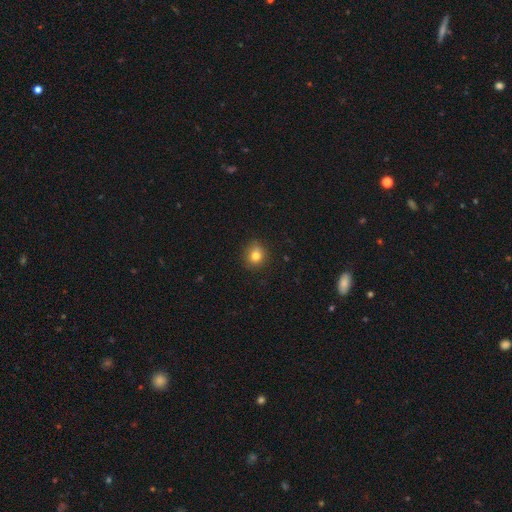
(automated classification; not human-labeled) A smooth galaxy with no disk features (81%) that is round (79%). Merging: none (85%).